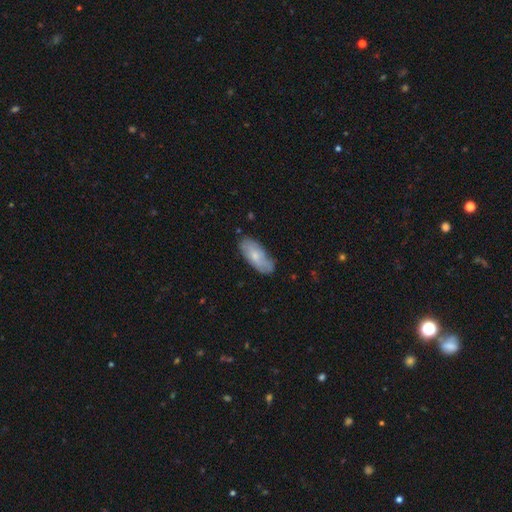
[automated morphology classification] smooth 65%, featured or disk 29%, star or artifact 6%. Down the decision tree: how rounded — in between (84%); merging — none (69%).